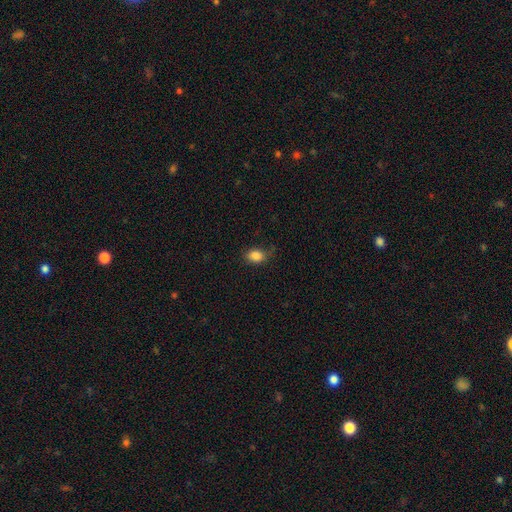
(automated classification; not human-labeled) Q: Smooth or featured?
A: smooth (85%); runner-up: star or artifact (10%)
Q: How rounded?
A: in between (71%); runner-up: round (28%)
Q: Merging?
A: none (77%); runner-up: minor disturbance (18%)